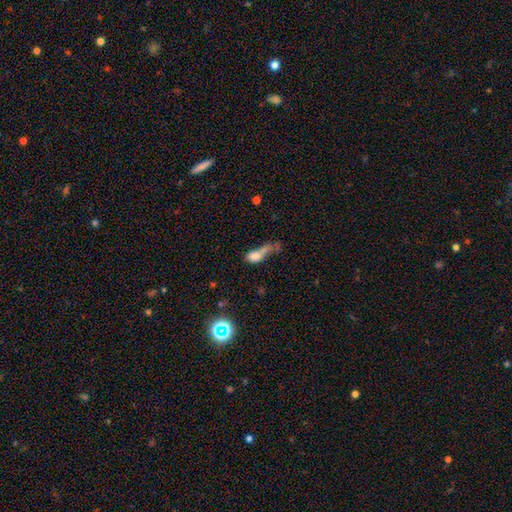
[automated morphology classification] Smooth or featured? Predicted: smooth (p=0.68). How rounded? Predicted: in between (p=0.67). Merging? Predicted: merger (p=0.36).